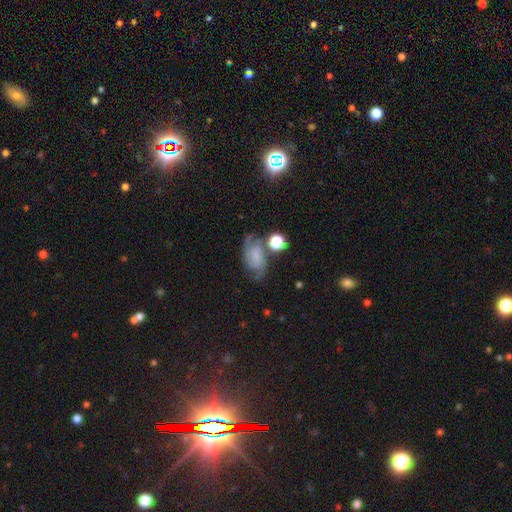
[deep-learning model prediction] smooth_or_featured: featured or disk (p=0.70) [alt: smooth p=0.20]
disk_edge_on: no (p=0.96) [alt: yes p=0.04]
bar: no (p=0.49) [alt: weak p=0.39]
has_spiral_arms: yes (p=0.94) [alt: no p=0.06]
spiral_winding: medium (p=0.49) [alt: tight p=0.31]
spiral_arm_count: 2 (p=0.73) [alt: can't tell p=0.10]
bulge_size: none (p=0.44) [alt: small p=0.32]
merging: none (p=0.61) [alt: minor disturbance p=0.20]